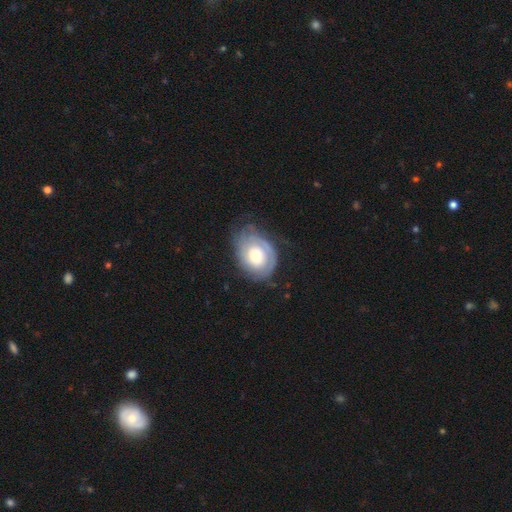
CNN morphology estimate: smooth_or_featured: featured or disk (p=0.69) [alt: smooth p=0.26]
disk_edge_on: no (p=0.96) [alt: yes p=0.04]
bar: no (p=0.81) [alt: weak p=0.16]
has_spiral_arms: yes (p=0.83) [alt: no p=0.17]
spiral_winding: tight (p=0.71) [alt: medium p=0.21]
spiral_arm_count: can't tell (p=0.37) [alt: 2 p=0.25]
bulge_size: moderate (p=0.53) [alt: large p=0.28]
merging: none (p=0.62) [alt: minor disturbance p=0.24]